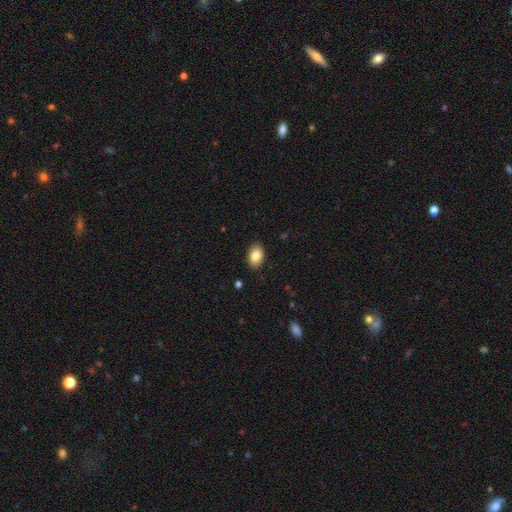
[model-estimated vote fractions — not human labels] A smooth galaxy with no disk features (85%) that is in between round and cigar-shaped (88%).

Vote fractions:
- Smooth or featured? smooth: 85% / featured or disk: 8% / star or artifact: 8%
- How rounded? in between: 88% / round: 11% / cigar-shaped: 1%
- Merging? none: 89% / minor disturbance: 8% / major disturbance: 2% / merger: 1%